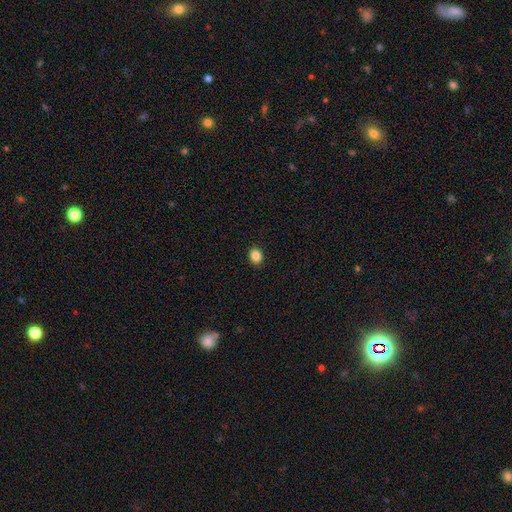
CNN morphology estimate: The model was most divided on "how rounded": round: 55%, in between: 44%, cigar-shaped: 1%. More confident: merging — none (91%); smooth or featured — smooth (86%).